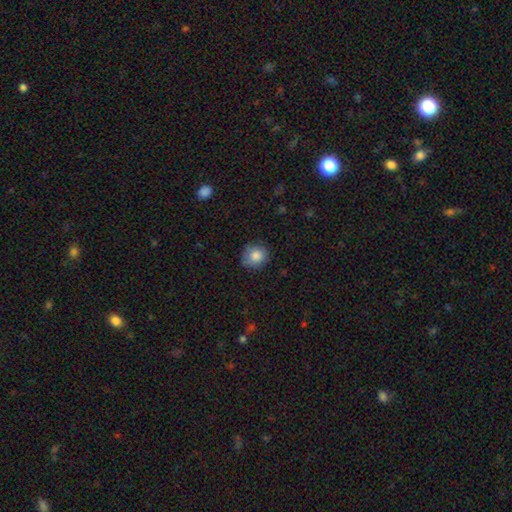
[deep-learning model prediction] Smooth or featured: smooth — 84% (star or artifact — 9%)
How rounded: round — 85% (in between — 14%)
Merging: none — 79% (minor disturbance — 17%)